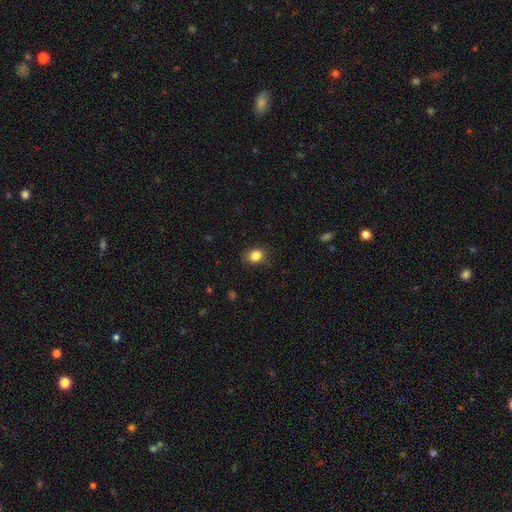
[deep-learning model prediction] Morphology: type=smooth (85%); roundness=in between (52%); merging=none (82%).